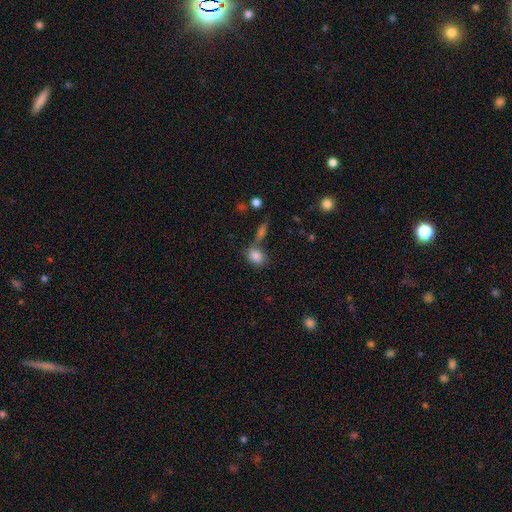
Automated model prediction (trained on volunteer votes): Morphology: type=smooth (83%); roundness=in between (55%); merging=none (58%).